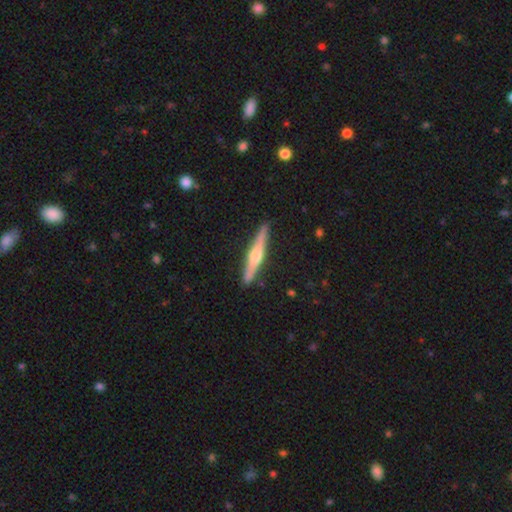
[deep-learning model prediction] Morphology: type=featured or disk (63%); edge-on=yes (97%); edge-on bulge=rounded (78%); merging=none (88%).